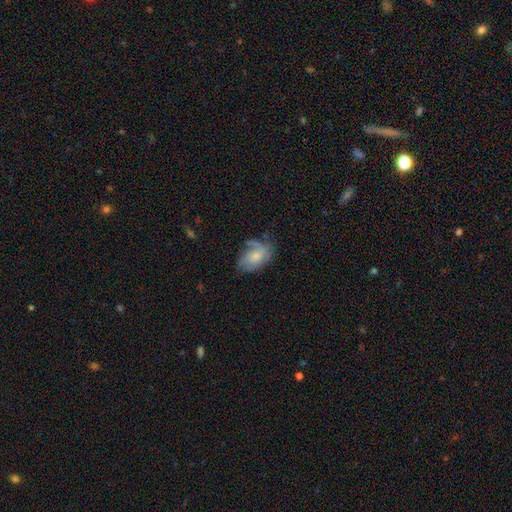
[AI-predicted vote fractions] smooth-or-featured: smooth: 55% | featured or disk: 37% | star or artifact: 8%
  how-rounded: in between: 88% | round: 10% | cigar-shaped: 2%
  merging: none: 49% | minor disturbance: 31% | major disturbance: 17% | merger: 4%